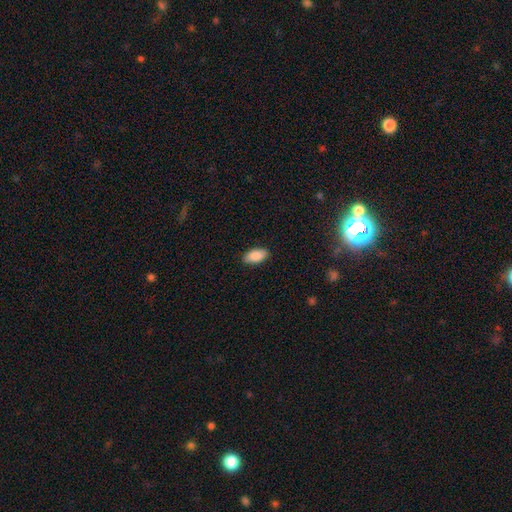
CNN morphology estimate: Q: Smooth or featured?
A: smooth (89%); runner-up: star or artifact (6%)
Q: How rounded?
A: in between (94%); runner-up: cigar-shaped (4%)
Q: Merging?
A: none (88%); runner-up: minor disturbance (9%)